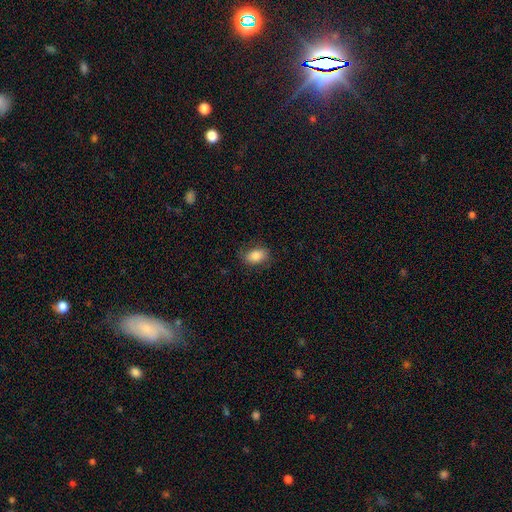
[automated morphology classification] Smooth or featured?
  - smooth: 83% *
  - featured or disk: 9%
  - star or artifact: 8%
How rounded?
  - in between: 84% *
  - round: 14%
  - cigar-shaped: 2%
Merging?
  - none: 80% *
  - minor disturbance: 15%
  - major disturbance: 4%
  - merger: 1%